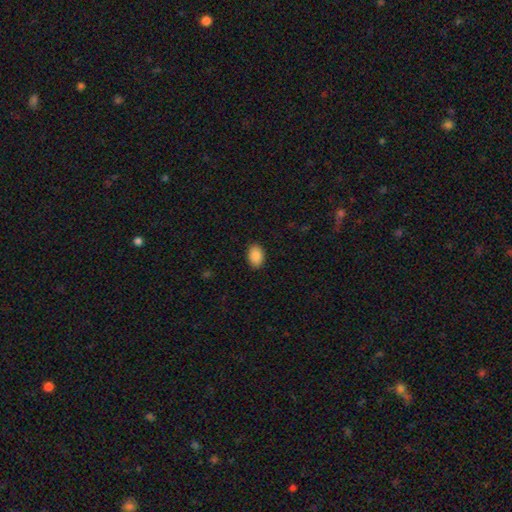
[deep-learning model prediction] This is clearly a smooth galaxy (89%). How rounded: clearly in between (87%). Merging: clearly none (90%).